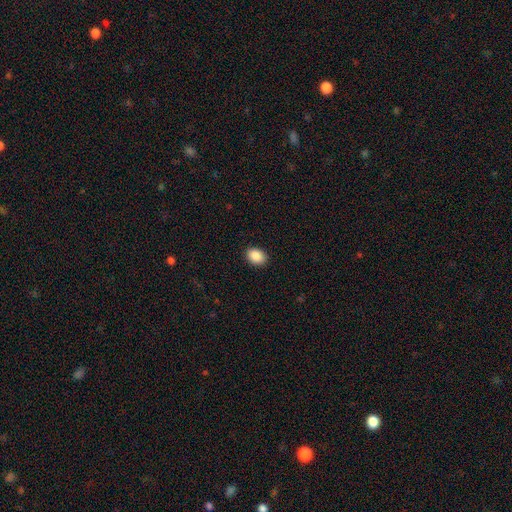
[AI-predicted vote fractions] Overall: smooth (89%). How rounded: in between (69%; round 31%). Merging: none (90%).